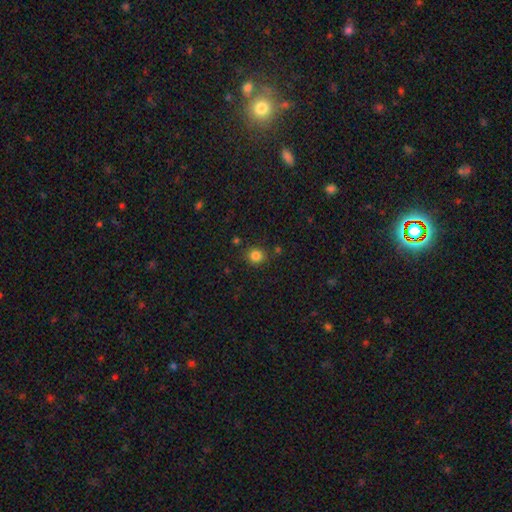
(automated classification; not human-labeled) Smooth or featured? smooth (83%)
How rounded? round (89%)
Merging? none (85%)